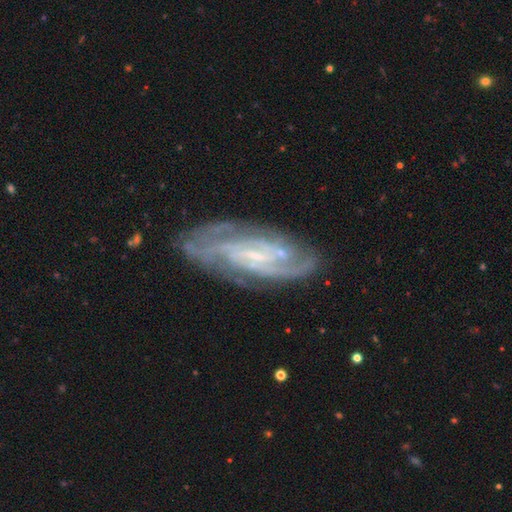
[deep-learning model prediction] A featured or disk galaxy (86%) with a weak bar (44%), can't tell (29%, tied with 2) tight (57%) spiral arms (96%) and a small central bulge (72%).

Vote fractions:
- Smooth or featured? featured or disk: 86% / smooth: 8% / star or artifact: 6%
- Edge-on disk? no: 91% / yes: 9%
- Bar? weak: 44% / no: 32% / strong: 24%
- Spiral arms? yes: 96% / no: 4%
- Spiral winding? tight: 57% / medium: 35% / loose: 8%
- Spiral arm count? can't tell: 29% (tied) / 2: 29% (tied) / 3: 19% / 4: 11% / more than 4: 6% / 1: 6%
- Bulge size? small: 72% / moderate: 14% / none: 12% / large: 1% / dominant: 1%
- Merging? none: 76% / minor disturbance: 16% / major disturbance: 6% / merger: 2%